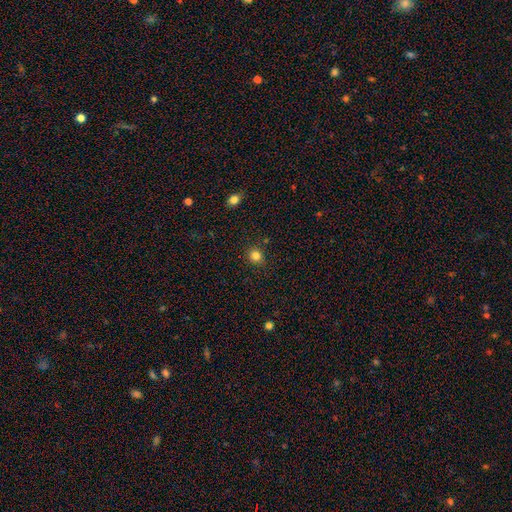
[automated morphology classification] The model was most divided on "smooth or featured": smooth: 83%, star or artifact: 13%, featured or disk: 5%. More confident: merging — none (89%); how rounded — round (89%).